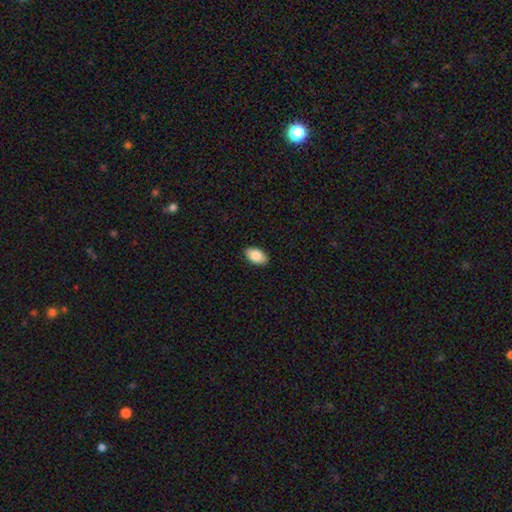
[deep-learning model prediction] This is clearly a smooth galaxy (85%). How rounded: clearly in between (94%). Merging: clearly none (89%).